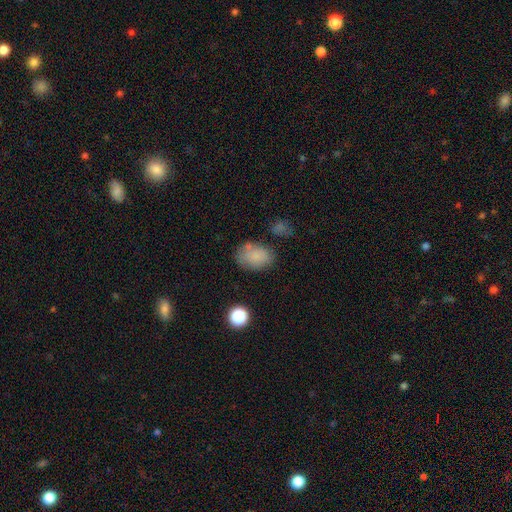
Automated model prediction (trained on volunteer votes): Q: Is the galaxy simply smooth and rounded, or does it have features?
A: smooth — 80%.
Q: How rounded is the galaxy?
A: in between — 76%.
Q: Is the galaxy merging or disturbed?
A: none — 65%.